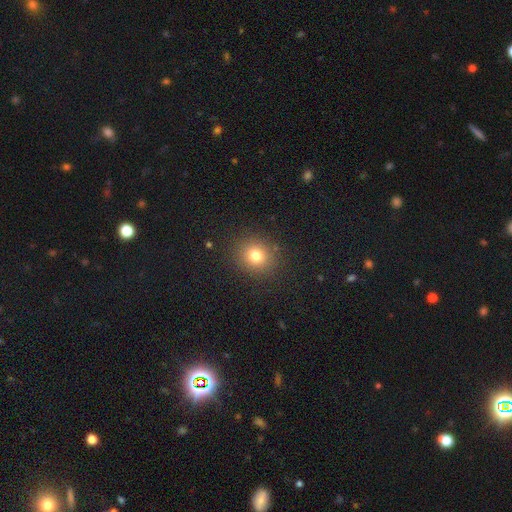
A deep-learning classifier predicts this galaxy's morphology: Smooth or featured? Predicted: smooth (p=0.77). How rounded? Predicted: round (p=0.81). Merging? Predicted: none (p=0.88).